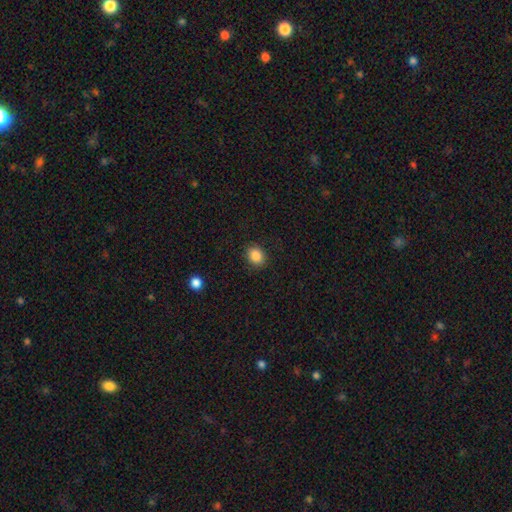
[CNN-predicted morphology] Q: Smooth or featured?
A: smooth (87%); runner-up: star or artifact (9%)
Q: How rounded?
A: round (55%); runner-up: in between (44%)
Q: Merging?
A: none (89%); runner-up: minor disturbance (8%)